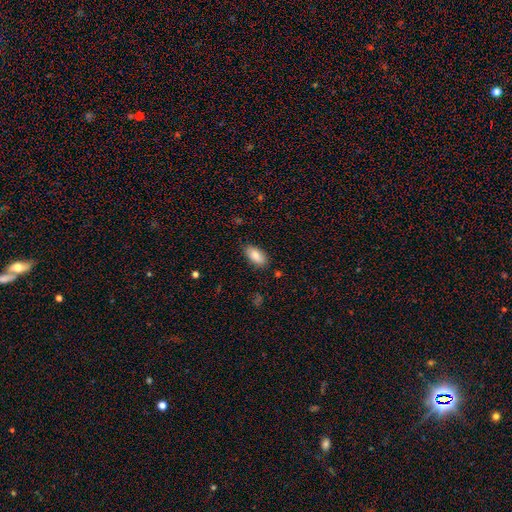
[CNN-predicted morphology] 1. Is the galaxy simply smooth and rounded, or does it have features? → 84% smooth, 9% featured or disk, 7% star or artifact.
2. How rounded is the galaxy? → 91% in between, 6% cigar-shaped, 2% round.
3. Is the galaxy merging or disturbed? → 83% none, 13% minor disturbance, 2% major disturbance, 1% merger.